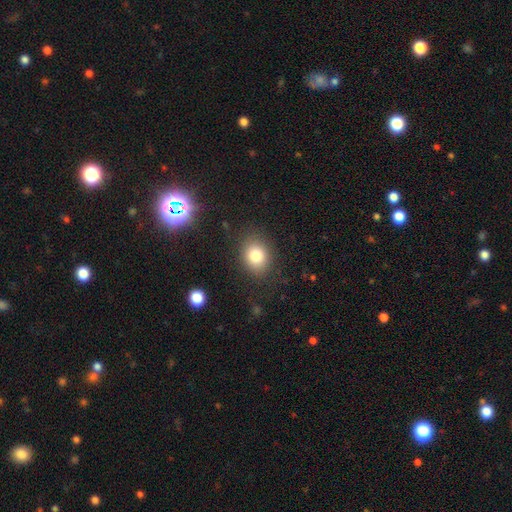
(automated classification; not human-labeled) smooth 81%, star or artifact 11%, featured or disk 8%. Down the decision tree: how rounded — round (52%); merging — none (83%).